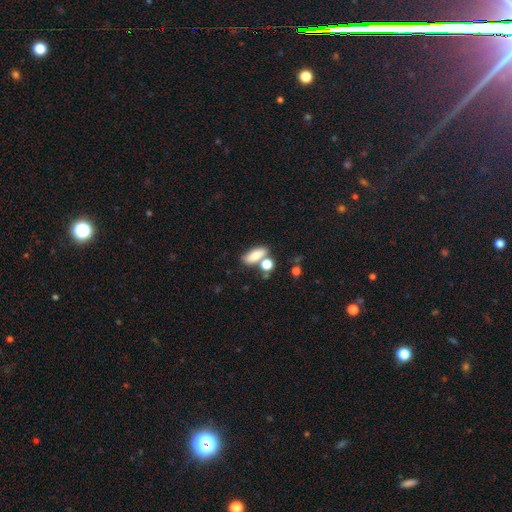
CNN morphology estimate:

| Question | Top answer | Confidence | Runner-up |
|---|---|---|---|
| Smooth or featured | smooth | 74% | featured or disk (17%) |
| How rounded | in between | 70% | cigar-shaped (19%) |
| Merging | none | 55% | merger (27%) |